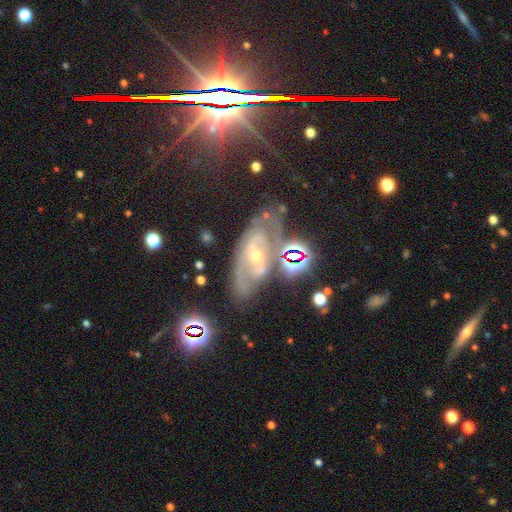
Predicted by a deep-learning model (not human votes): Overall: featured or disk (75%). Edge-on disk: no (90%). Bar: weak (41%; no 36%). Spiral arms: yes (83%). Spiral arm count: 2 (51%; can't tell 32%). Spiral winding: tight (44%; medium 40%). Bulge size: small (63%; moderate 33%). Merging: none (57%; minor disturbance 21%).